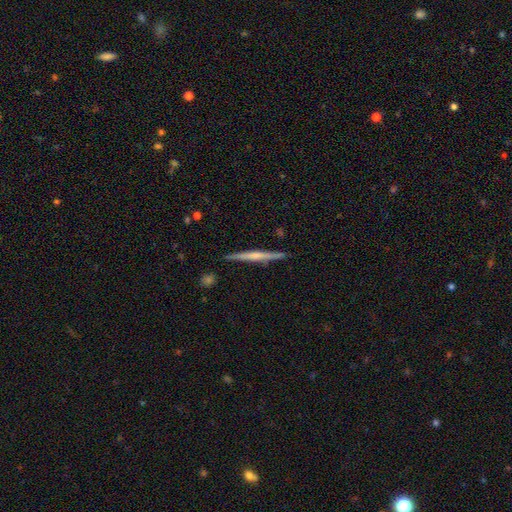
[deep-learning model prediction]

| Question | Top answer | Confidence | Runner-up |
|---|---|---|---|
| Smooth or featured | featured or disk | 67% | smooth (28%) |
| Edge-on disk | yes | 98% | no (2%) |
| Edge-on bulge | rounded | 49% | none (37%) |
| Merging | none | 90% | minor disturbance (7%) |